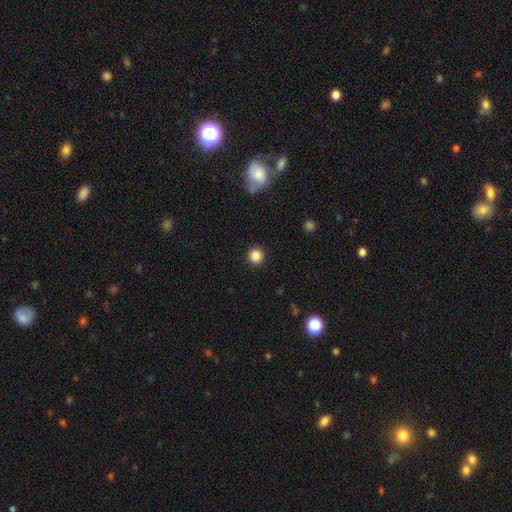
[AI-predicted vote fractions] A smooth galaxy with no disk features (86%) that is round (94%). Merging: none (92%).